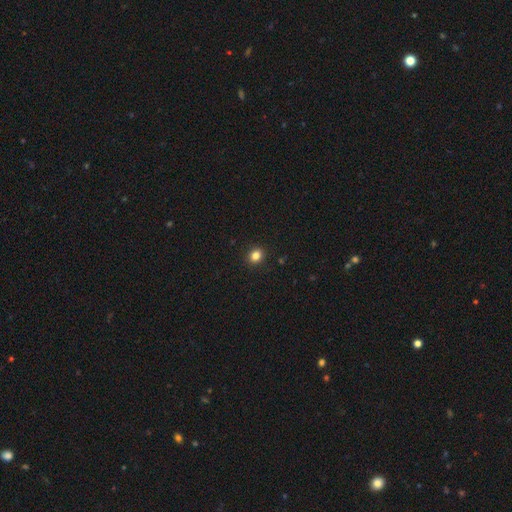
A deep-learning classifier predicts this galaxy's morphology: The model was most divided on "how rounded": round: 74%, in between: 25%, cigar-shaped: 1%. More confident: merging — none (92%); smooth or featured — smooth (83%).